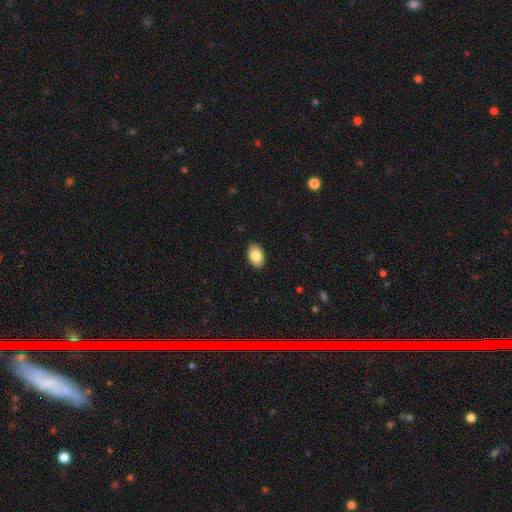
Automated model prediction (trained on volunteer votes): A smooth galaxy with no disk features (86%) that is in between round and cigar-shaped (89%). Merging: none (90%).